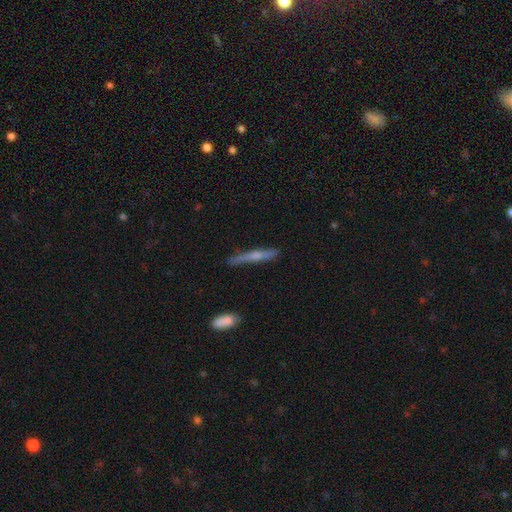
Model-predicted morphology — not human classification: A featured or disk galaxy (49%).

Vote fractions:
- Smooth or featured? featured or disk: 49% / smooth: 44% / star or artifact: 7%
- Merging? none: 79% / minor disturbance: 16% / major disturbance: 3% / merger: 2%